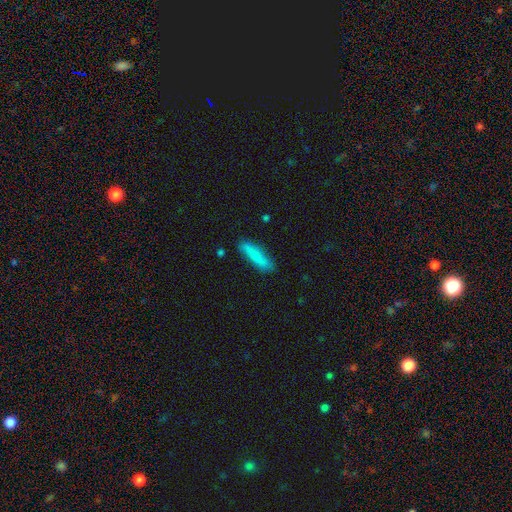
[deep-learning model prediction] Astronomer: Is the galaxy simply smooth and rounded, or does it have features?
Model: smooth — 75%.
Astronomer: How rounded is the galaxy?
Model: cigar-shaped — 77%.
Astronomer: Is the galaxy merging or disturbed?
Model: none — 81%.